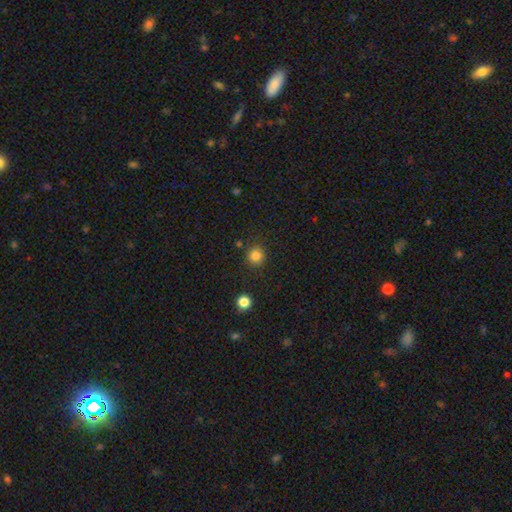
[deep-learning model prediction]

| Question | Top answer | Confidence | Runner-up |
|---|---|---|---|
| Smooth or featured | smooth | 84% | star or artifact (12%) |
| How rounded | round | 92% | in between (7%) |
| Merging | none | 87% | minor disturbance (7%) |